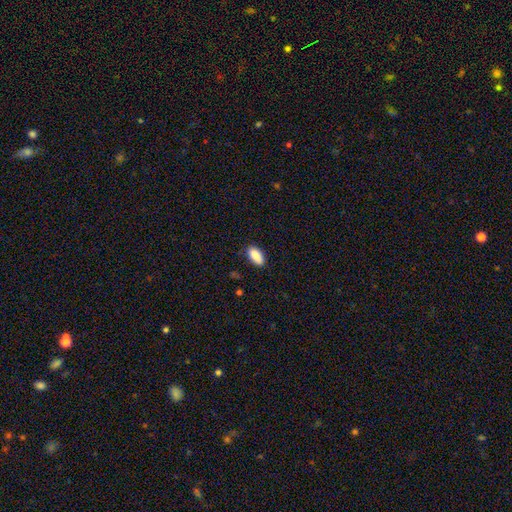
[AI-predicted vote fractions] The model was most divided on "merging": none: 84%, minor disturbance: 12%, major disturbance: 2%, merger: 1%. More confident: how rounded — in between (92%); smooth or featured — smooth (90%).